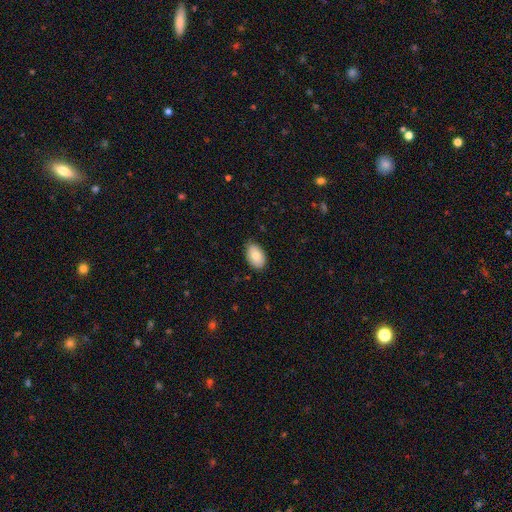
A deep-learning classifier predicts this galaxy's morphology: type=smooth (80%); roundness=in between (90%); merging=none (81%).